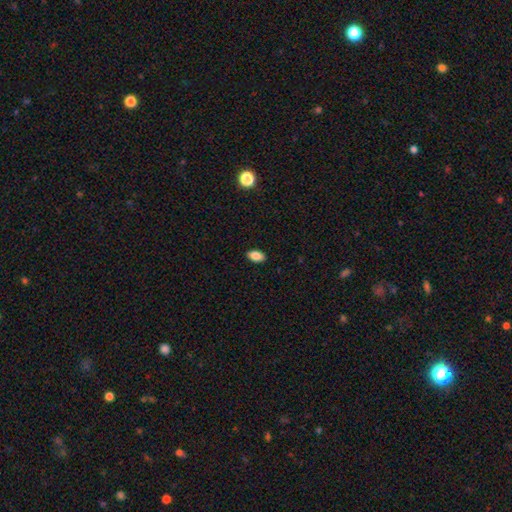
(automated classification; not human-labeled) A smooth galaxy with no disk features (86%) that is in between round and cigar-shaped (92%). Merging: none (90%).